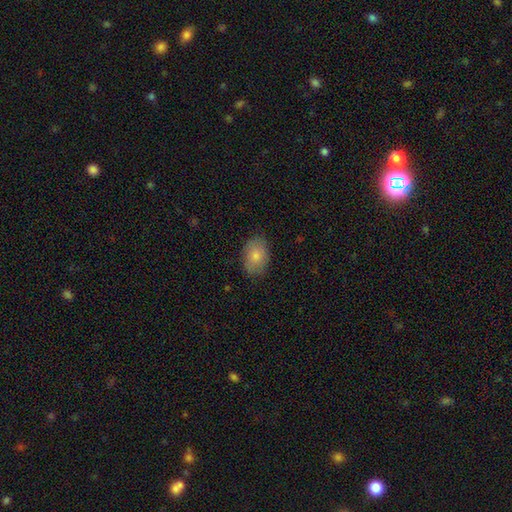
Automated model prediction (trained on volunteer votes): smooth 81%, featured or disk 12%, star or artifact 7%. Down the decision tree: how rounded — in between (83%); merging — none (81%).